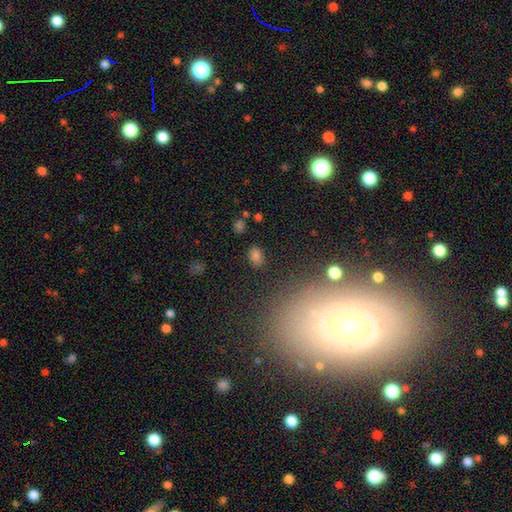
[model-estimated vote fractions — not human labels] Smooth or featured? smooth (77%)
How rounded? in between (77%)
Merging? none (84%)